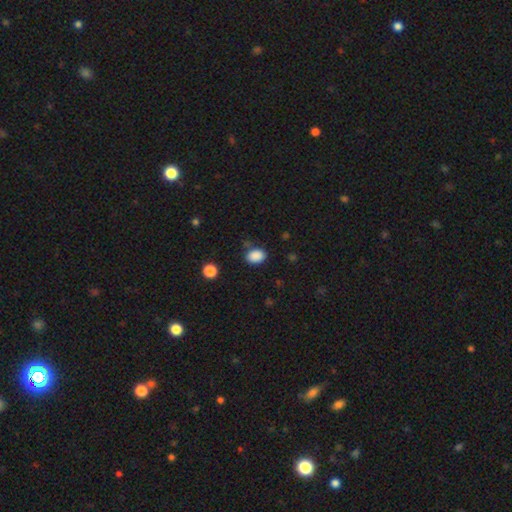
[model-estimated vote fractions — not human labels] Q: Smooth or featured?
A: smooth (87%); runner-up: star or artifact (9%)
Q: How rounded?
A: in between (71%); runner-up: round (28%)
Q: Merging?
A: none (77%); runner-up: minor disturbance (16%)